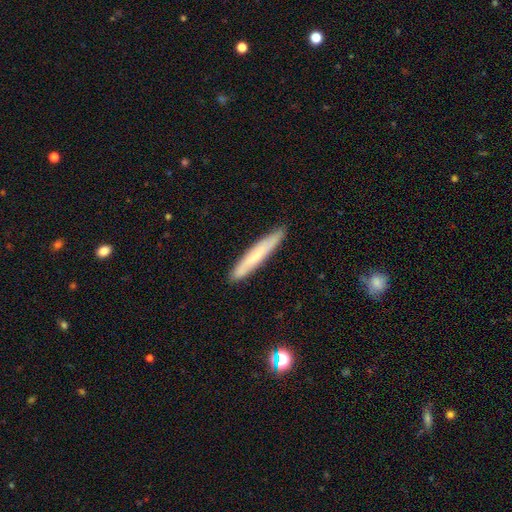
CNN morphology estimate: The model was most divided on "smooth or featured": smooth: 63%, featured or disk: 30%, star or artifact: 6%. More confident: how rounded — cigar-shaped (95%); merging — none (89%).